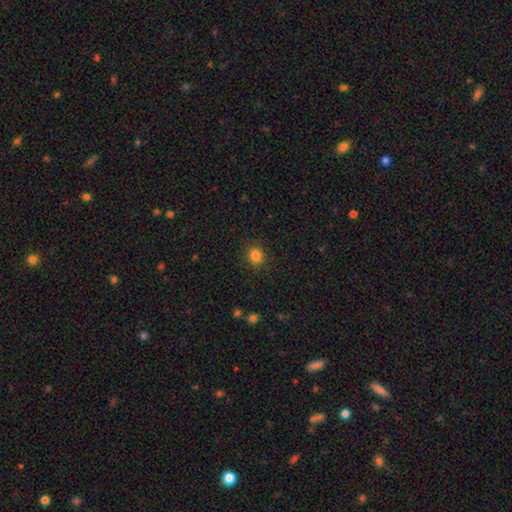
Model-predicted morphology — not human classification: This is clearly a smooth galaxy (84%). How rounded: likely round (75%). Merging: clearly none (89%).